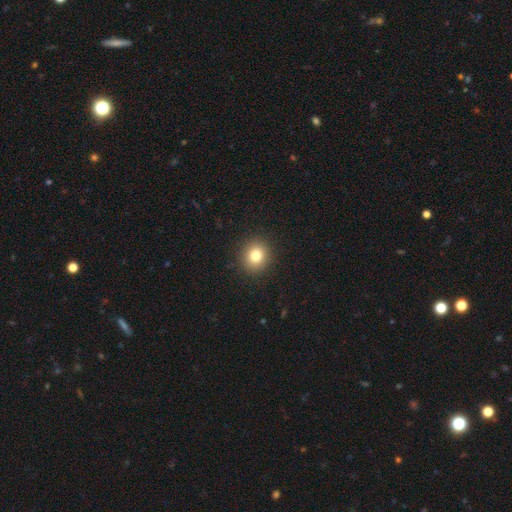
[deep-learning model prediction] Morphology: type=smooth (81%); roundness=round (86%); merging=none (92%).